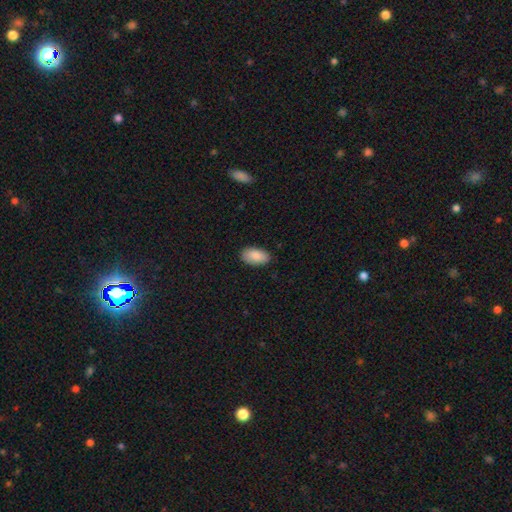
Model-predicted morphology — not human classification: smooth_or_featured: smooth (p=0.89) [alt: star or artifact p=0.06]
how_rounded: in between (p=0.95) [alt: round p=0.03]
merging: none (p=0.87) [alt: minor disturbance p=0.10]